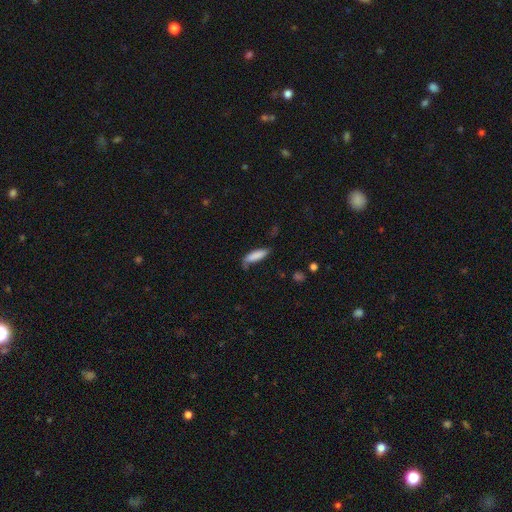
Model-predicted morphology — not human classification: This appears to be a smooth galaxy with no disk features (84%) that is cigar-shaped (64%). Merging: none (62%).